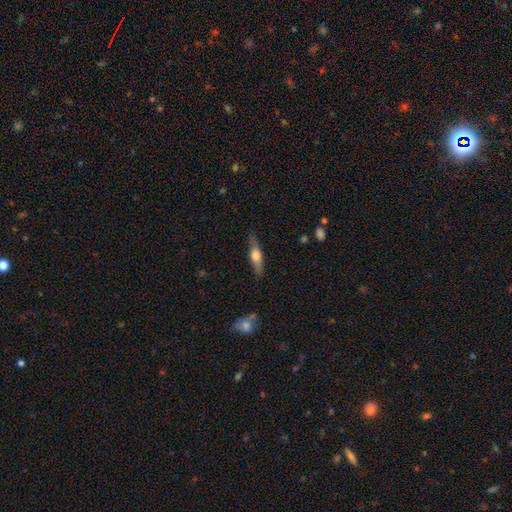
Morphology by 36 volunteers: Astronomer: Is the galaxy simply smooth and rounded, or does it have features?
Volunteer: smooth — 56% (runner-up: featured or disk, 44%).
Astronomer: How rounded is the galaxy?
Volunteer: cigar-shaped — 65%.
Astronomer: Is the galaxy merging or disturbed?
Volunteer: none — 86%.